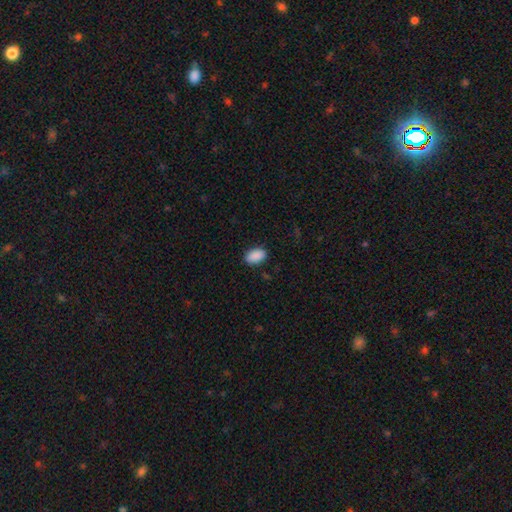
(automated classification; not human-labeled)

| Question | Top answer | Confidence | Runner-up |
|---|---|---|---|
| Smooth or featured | smooth | 90% | star or artifact (7%) |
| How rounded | in between | 91% | round (8%) |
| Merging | none | 87% | minor disturbance (10%) |